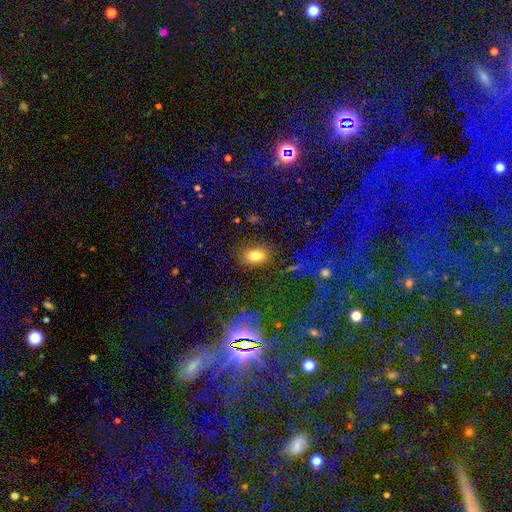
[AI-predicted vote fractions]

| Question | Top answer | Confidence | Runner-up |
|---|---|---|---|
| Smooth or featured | smooth | 79% | star or artifact (12%) |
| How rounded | in between | 84% | round (14%) |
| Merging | none | 81% | minor disturbance (13%) |